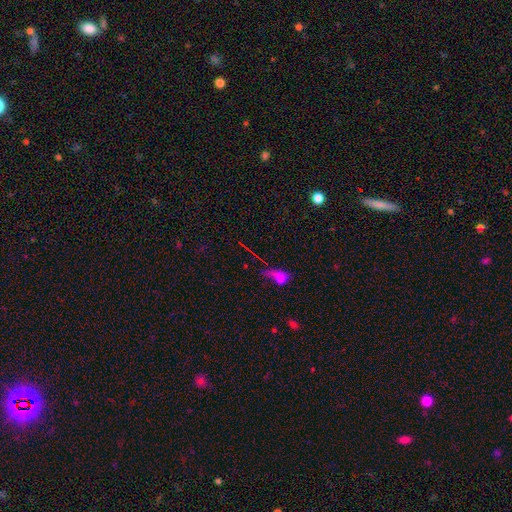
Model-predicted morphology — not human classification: Q: Smooth or featured?
A: star or artifact (41%); runner-up: smooth (39%)